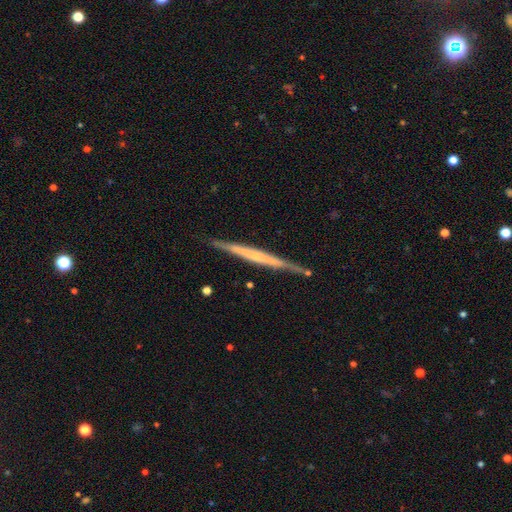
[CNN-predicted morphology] The model was most divided on "edge-on bulge": none: 60%, rounded: 32%, boxy: 8%. More confident: edge-on disk — yes (97%); merging — none (87%); smooth or featured — featured or disk (69%).